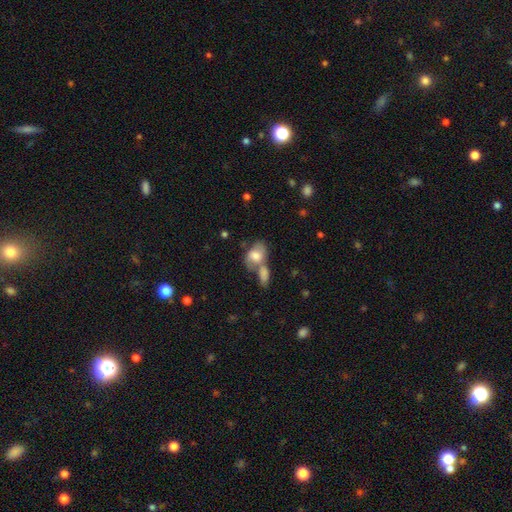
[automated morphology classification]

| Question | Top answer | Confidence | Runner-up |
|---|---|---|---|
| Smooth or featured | smooth | 64% | featured or disk (28%) |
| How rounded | in between | 80% | round (18%) |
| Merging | merger | 53% | none (27%) |